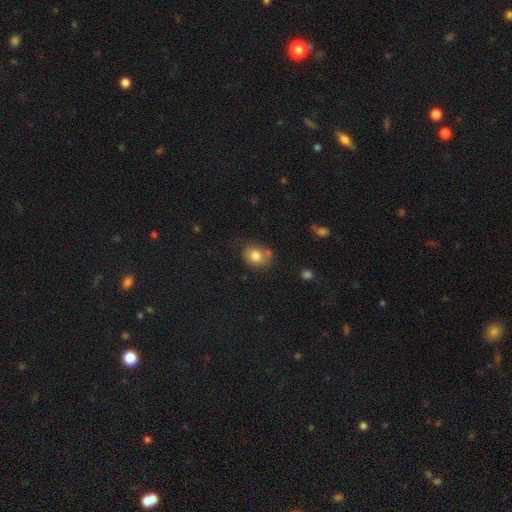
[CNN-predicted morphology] type=smooth (79%); roundness=round (50%, tied with in between); merging=none (61%).